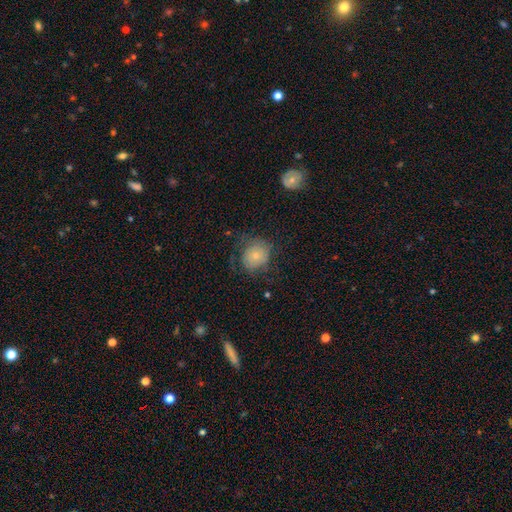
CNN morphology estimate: Smooth or featured? smooth (66%)
How rounded? round (78%)
Merging? none (57%)